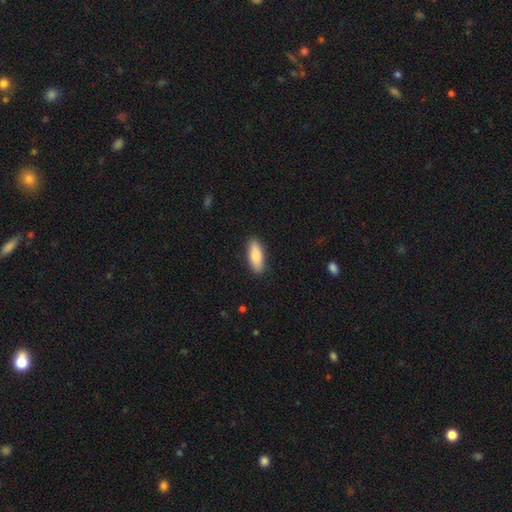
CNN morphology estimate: The model was most divided on "how rounded": in between: 66%, cigar-shaped: 32%, round: 2%. More confident: merging — none (89%); smooth or featured — smooth (82%).